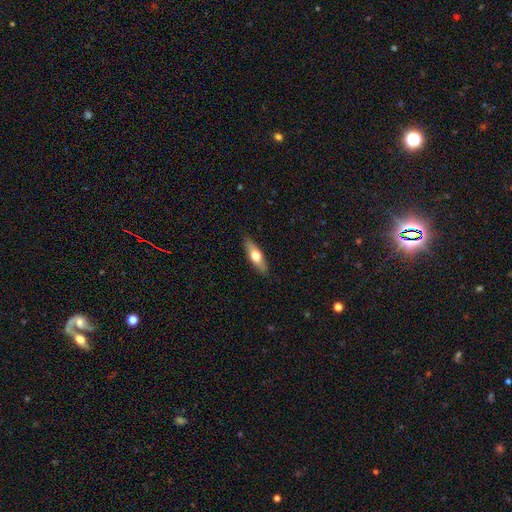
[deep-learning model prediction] smooth_or_featured: smooth (p=0.55) [alt: featured or disk p=0.39]
how_rounded: cigar-shaped (p=0.54) [alt: in between p=0.43]
merging: none (p=0.89) [alt: minor disturbance p=0.09]